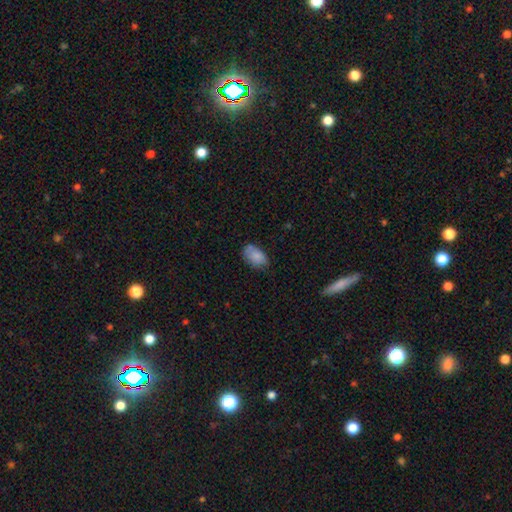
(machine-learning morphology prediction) Smooth or featured? smooth (84%)
How rounded? in between (91%)
Merging? none (64%)